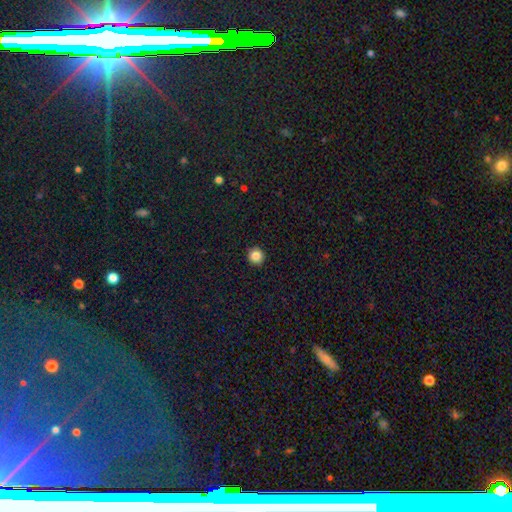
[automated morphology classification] A smooth galaxy with no disk features (85%) that is round (95%). Merging: none (93%).